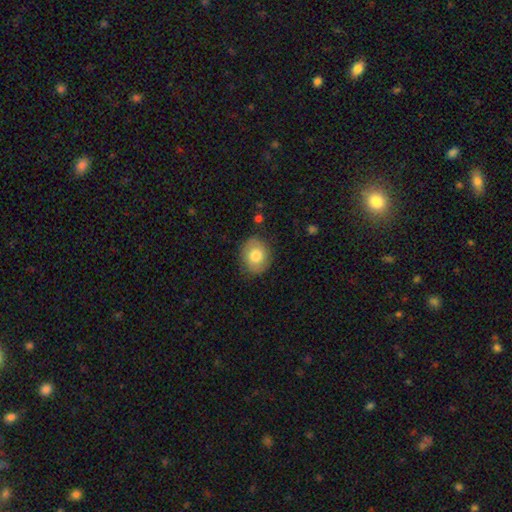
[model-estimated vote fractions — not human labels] A smooth galaxy with no disk features (75%) that is round (60%). Merging: none (82%).